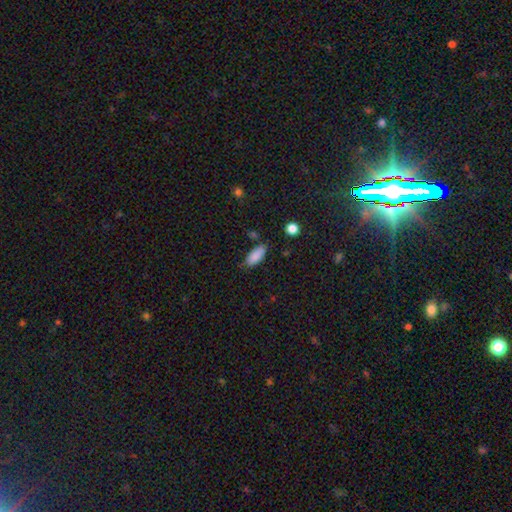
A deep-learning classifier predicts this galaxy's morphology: Smooth or featured? Predicted: smooth (p=0.87). How rounded? Predicted: in between (p=0.84). Merging? Predicted: none (p=0.72).